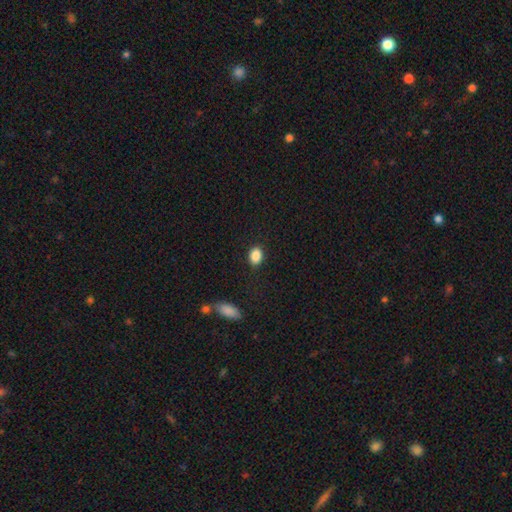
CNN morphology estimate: smooth_or_featured: smooth (p=0.87) [alt: star or artifact p=0.09]
how_rounded: in between (p=0.72) [alt: round p=0.27]
merging: none (p=0.86) [alt: minor disturbance p=0.09]